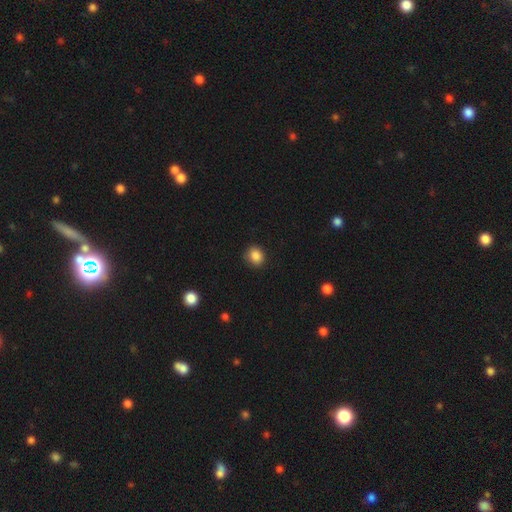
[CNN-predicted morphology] Smooth or featured: smooth — 86% (star or artifact — 10%)
How rounded: round — 67% (in between — 32%)
Merging: none — 84% (minor disturbance — 13%)